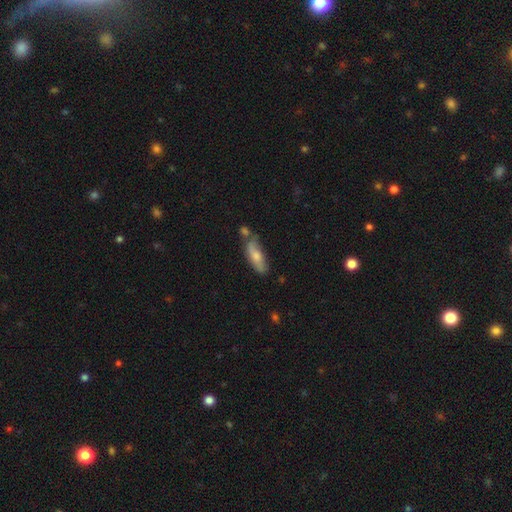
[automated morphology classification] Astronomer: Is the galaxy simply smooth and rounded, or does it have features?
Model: smooth — 67%.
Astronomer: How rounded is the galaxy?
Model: in between — 52% (runner-up: cigar-shaped, 46%).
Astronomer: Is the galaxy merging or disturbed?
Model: none — 55%.